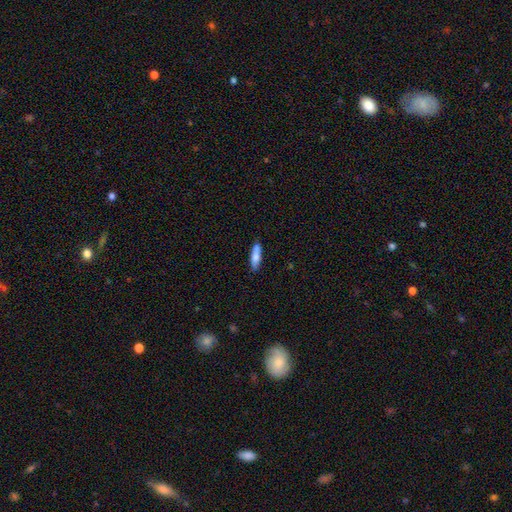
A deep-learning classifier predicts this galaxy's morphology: Overall: smooth (79%). How rounded: cigar-shaped (65%; in between 33%). Merging: none (80%).